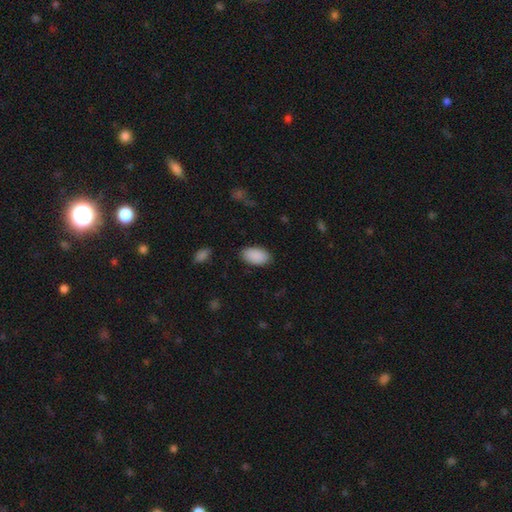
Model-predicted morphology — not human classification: The model was most divided on "merging": none: 86%, minor disturbance: 10%, major disturbance: 3%, merger: 1%. More confident: how rounded — in between (95%); smooth or featured — smooth (91%).